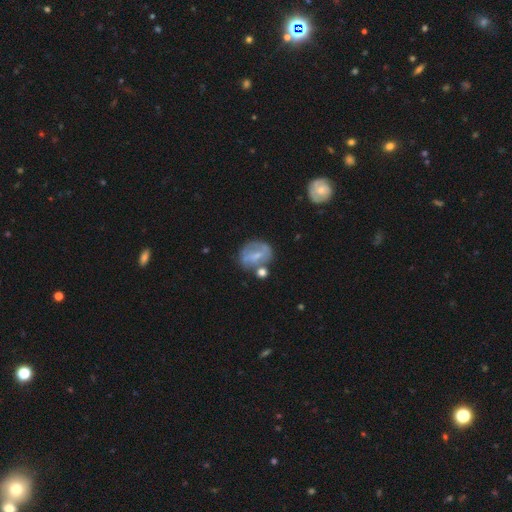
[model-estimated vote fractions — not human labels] A featured or disk galaxy (53%) with a weak bar (43%), no spiral arms (50%, tied with yes) and a small central bulge (51%). Merging: none (52%).